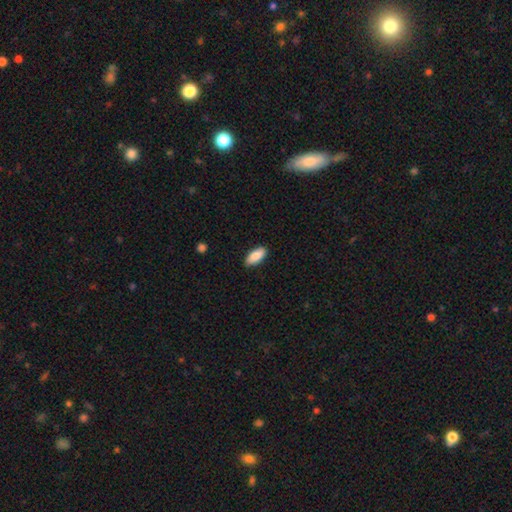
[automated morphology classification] type=smooth (86%); roundness=in between (87%); merging=none (86%).